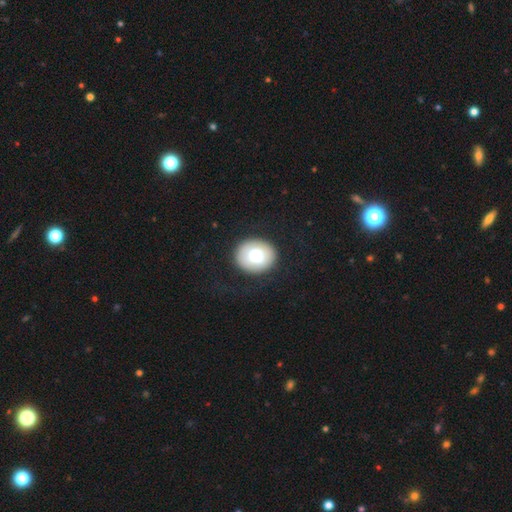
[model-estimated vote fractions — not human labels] Morphology: type=smooth (75%); roundness=round (66%); merging=none (83%).